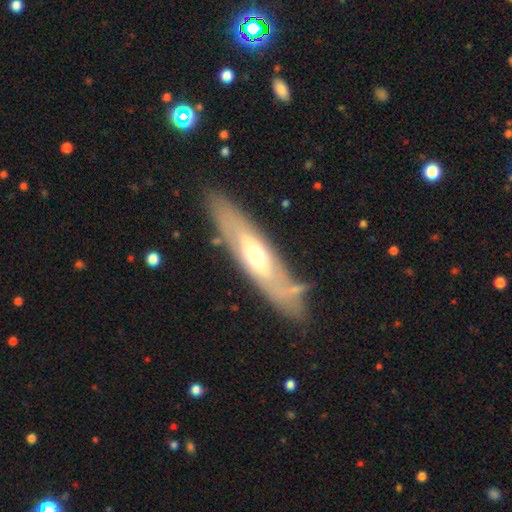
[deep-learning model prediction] Smooth or featured?
  - featured or disk: 59% *
  - smooth: 36%
  - star or artifact: 6%
Edge-on disk?
  - no: 54% *
  - yes: 46%
Merging?
  - none: 76% *
  - minor disturbance: 15%
  - major disturbance: 5%
  - merger: 4%